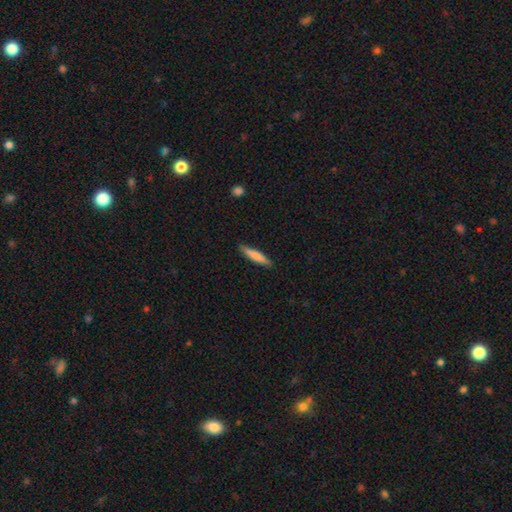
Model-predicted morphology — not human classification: A smooth galaxy with no disk features (74%) that is cigar-shaped (90%). Merging: none (89%).